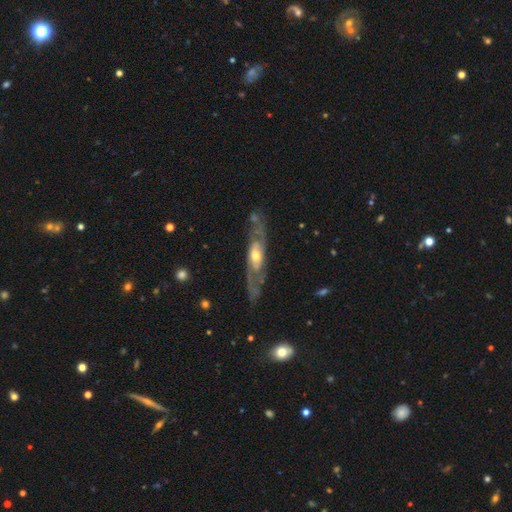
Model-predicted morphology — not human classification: featured or disk 82%, smooth 13%, star or artifact 5%. Down the decision tree: edge-on disk — no (73%); bar — no (58%); spiral arms — yes (86%); spiral arm count — 2 (70%); spiral winding — medium (44%); bulge size — moderate (62%); merging — none (72%).